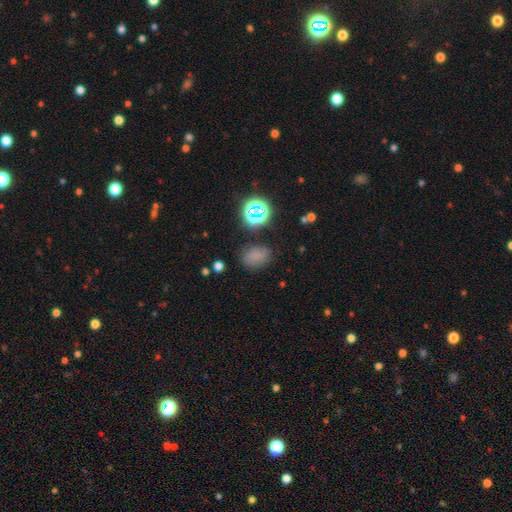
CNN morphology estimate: Q: Smooth or featured?
A: smooth (69%); runner-up: star or artifact (23%)
Q: How rounded?
A: in between (69%); runner-up: round (29%)
Q: Merging?
A: none (73%); runner-up: minor disturbance (18%)